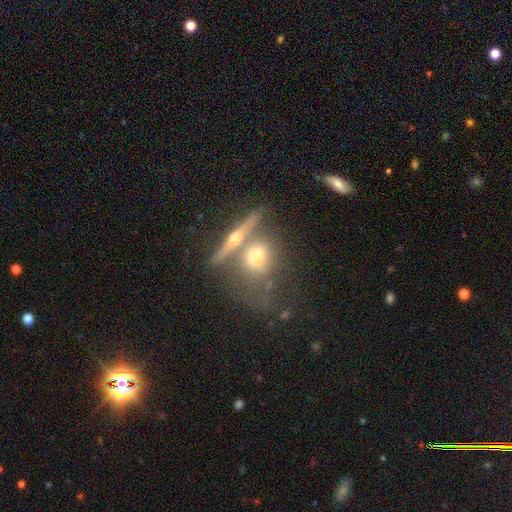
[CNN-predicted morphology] type=featured or disk (52%); edge-on=yes (69%); merging=merger (40%).